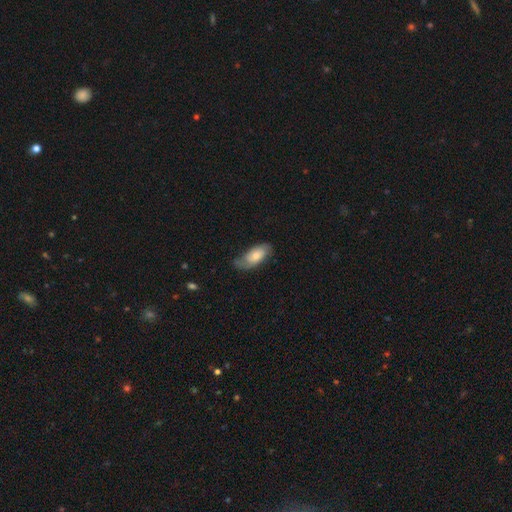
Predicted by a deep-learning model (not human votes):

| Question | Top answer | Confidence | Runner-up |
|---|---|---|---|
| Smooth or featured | smooth | 55% | featured or disk (38%) |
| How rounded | in between | 89% | cigar-shaped (8%) |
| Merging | none | 56% | minor disturbance (30%) |